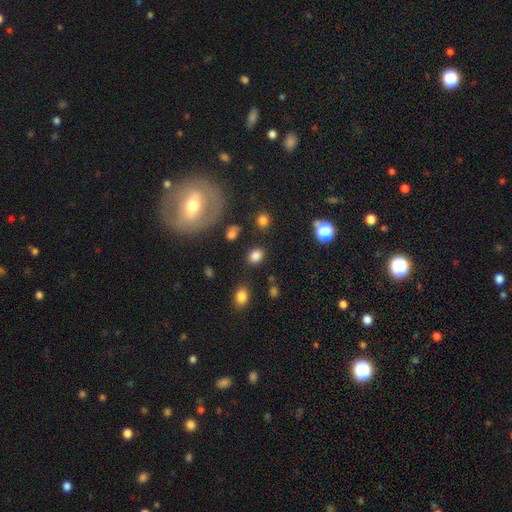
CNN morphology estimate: This appears to be a smooth galaxy with no disk features (83%) that is in between round and cigar-shaped (60%). Merging: none (83%).